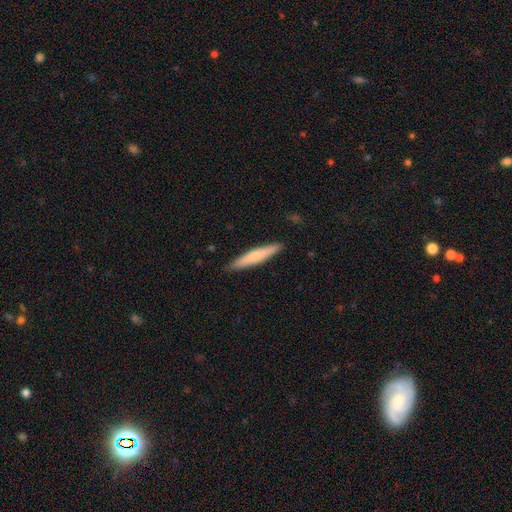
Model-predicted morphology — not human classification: Smooth or featured?
  - smooth: 67% *
  - featured or disk: 28%
  - star or artifact: 5%
How rounded?
  - cigar-shaped: 92% *
  - in between: 7%
  - round: 1%
Merging?
  - none: 90% *
  - minor disturbance: 8%
  - major disturbance: 1%
  - merger: 1%